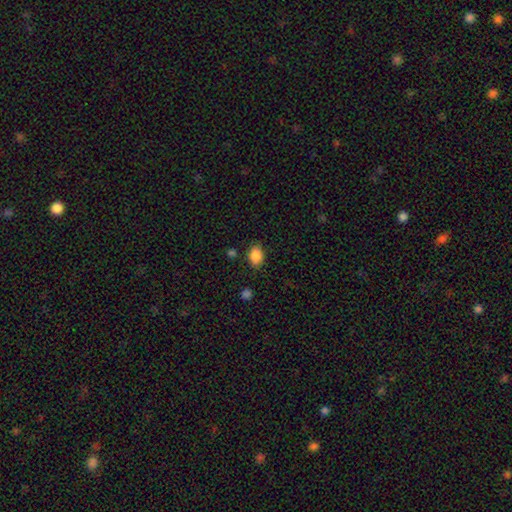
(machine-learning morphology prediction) Smooth or featured? smooth (87%)
How rounded? in between (76%)
Merging? none (81%)